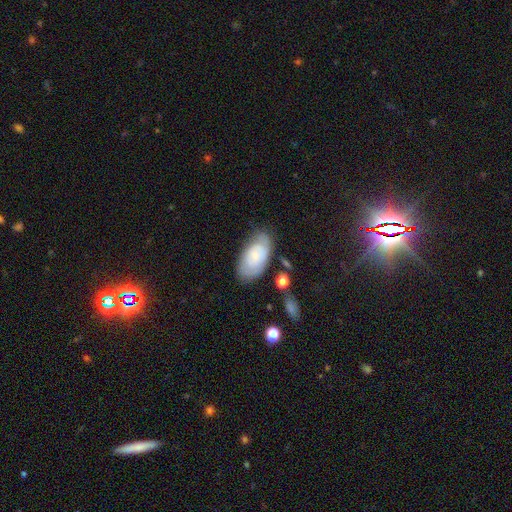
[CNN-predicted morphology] This is possibly a smooth galaxy (53%). How rounded: clearly in between (93%). Merging: likely none (68%).